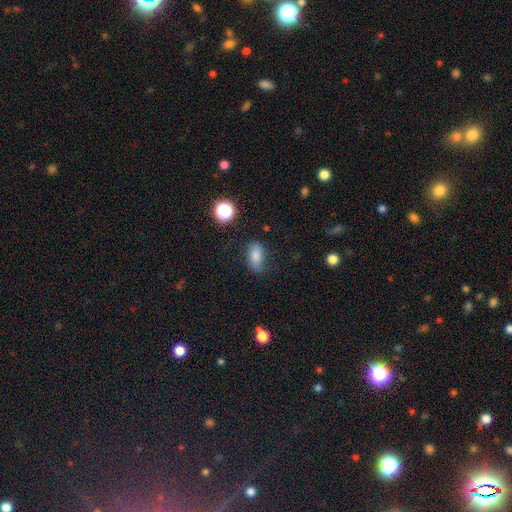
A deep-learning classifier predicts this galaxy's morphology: The model was most divided on "merging": none: 73%, minor disturbance: 20%, major disturbance: 6%, merger: 2%. More confident: how rounded — in between (84%); smooth or featured — smooth (79%).